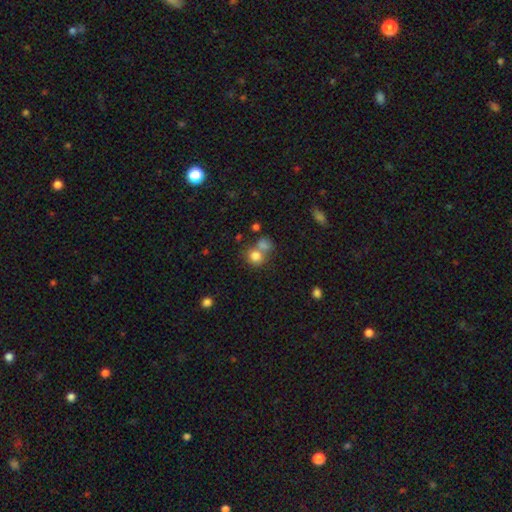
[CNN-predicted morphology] This is likely a smooth galaxy (79%). How rounded: clearly round (81%). Merging: possibly none (47%).